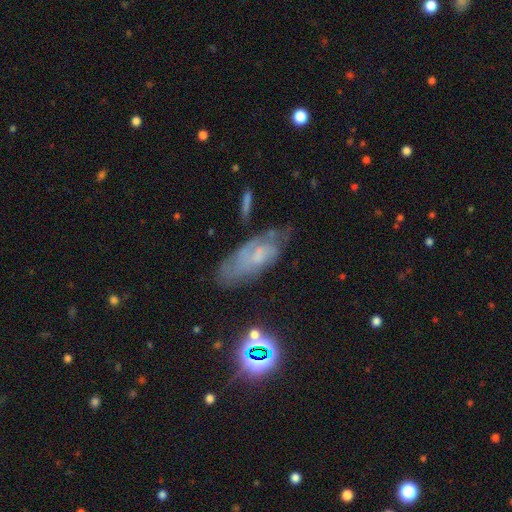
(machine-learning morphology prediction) Smooth or featured: featured or disk — 55% (smooth — 30%)
Edge-on disk: no — 87% (yes — 13%)
Merging: none — 54% (minor disturbance — 28%)